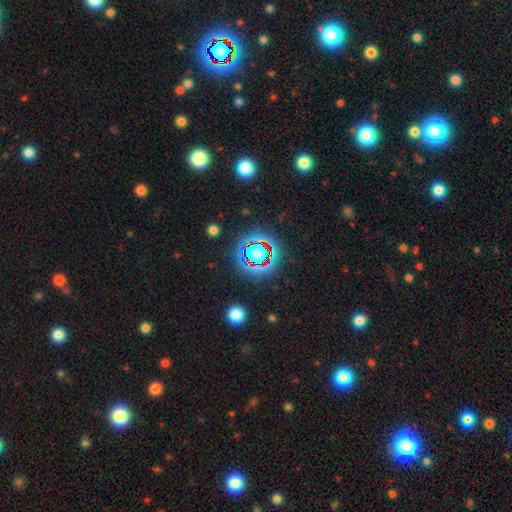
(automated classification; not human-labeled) The model was most divided on "smooth or featured": star or artifact: 79%, smooth: 13%, featured or disk: 8%.